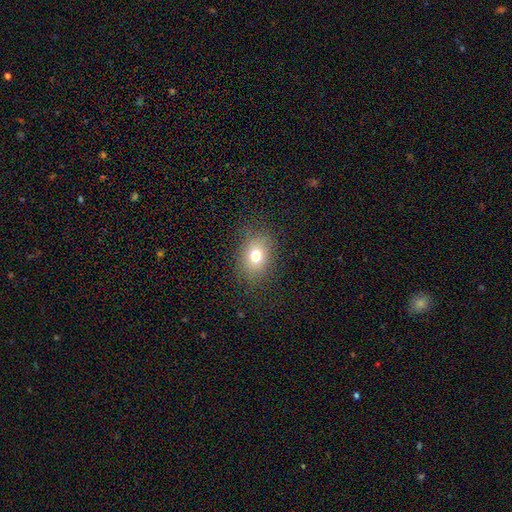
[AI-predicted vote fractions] smooth_or_featured: smooth (p=0.73) [alt: star or artifact p=0.14]
how_rounded: in between (p=0.65) [alt: round p=0.34]
merging: none (p=0.83) [alt: minor disturbance p=0.11]